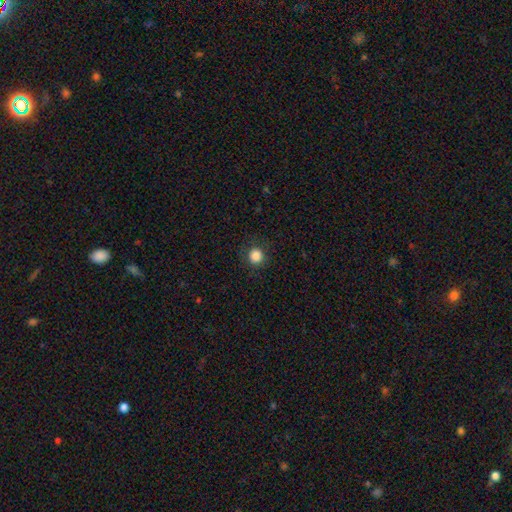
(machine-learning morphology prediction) smooth-or-featured: smooth: 85% | star or artifact: 11% | featured or disk: 4%
  how-rounded: round: 93% | in between: 6% | cigar-shaped: 1%
  merging: none: 88% | minor disturbance: 8% | major disturbance: 3% | merger: 1%